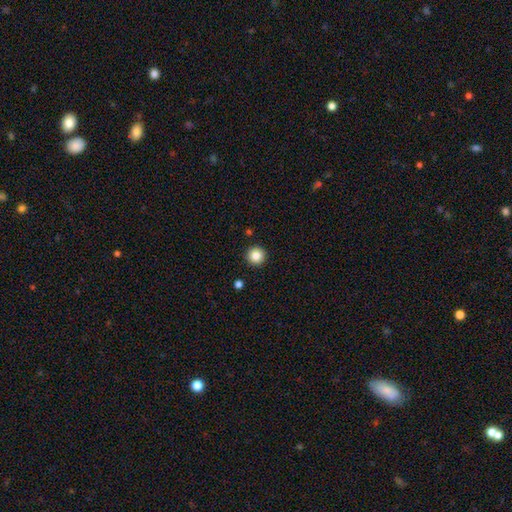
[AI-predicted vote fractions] smooth_or_featured: smooth (p=0.86) [alt: star or artifact p=0.10]
how_rounded: round (p=0.96) [alt: in between p=0.03]
merging: none (p=0.93) [alt: minor disturbance p=0.04]